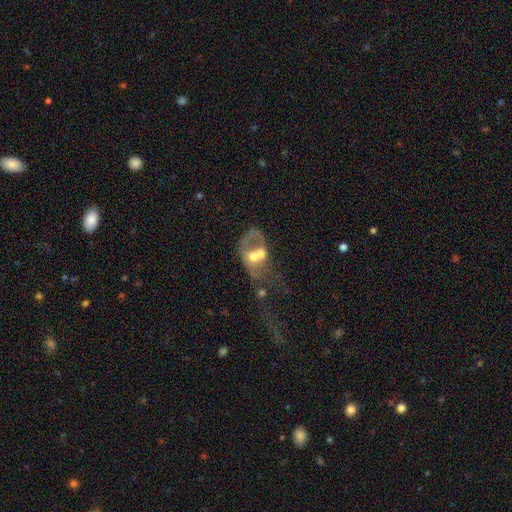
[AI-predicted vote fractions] Overall: featured or disk (53%; smooth 37%). Edge-on disk: no (96%). Bar: no (85%). Spiral arms: no (77%). Bulge size: moderate (62%). Merging: merger (65%).